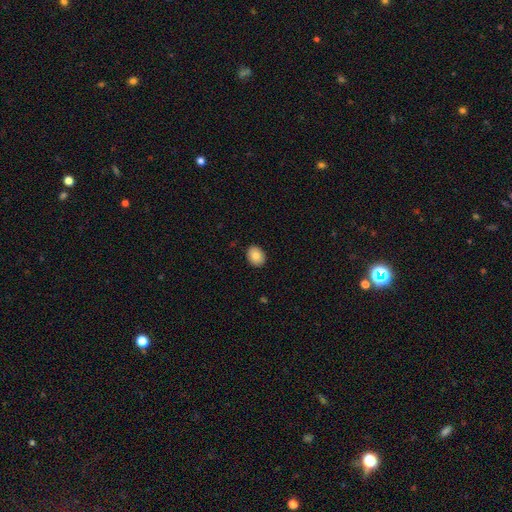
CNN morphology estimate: The model was most divided on "how rounded": in between: 60%, round: 40%, cigar-shaped: 1%. More confident: merging — none (90%); smooth or featured — smooth (85%).